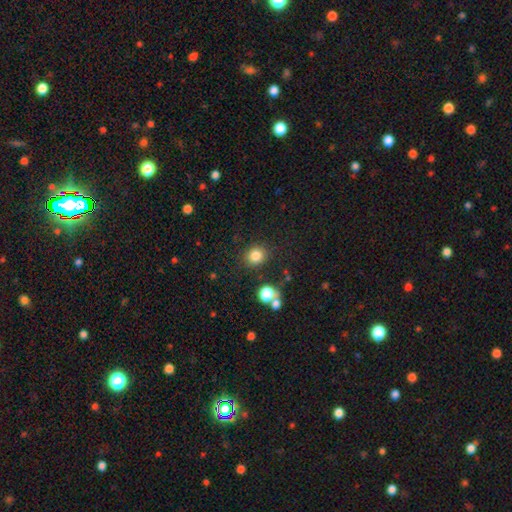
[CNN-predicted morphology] smooth-or-featured: smooth: 81% | star or artifact: 12% | featured or disk: 6%
  how-rounded: round: 77% | in between: 22% | cigar-shaped: 1%
  merging: none: 82% | minor disturbance: 10% | merger: 5% | major disturbance: 4%